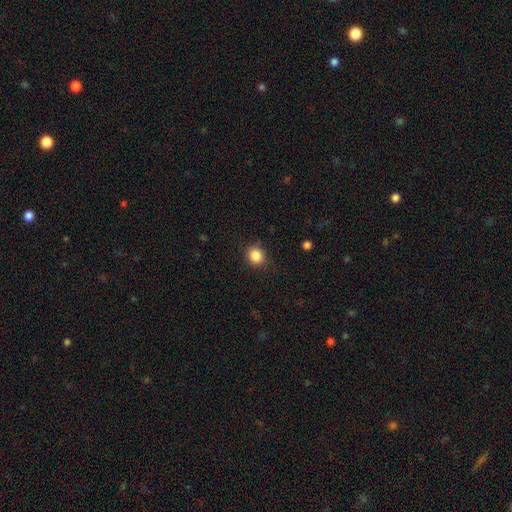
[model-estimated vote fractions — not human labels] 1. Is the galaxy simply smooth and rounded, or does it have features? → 86% smooth, 10% star or artifact, 4% featured or disk.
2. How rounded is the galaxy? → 84% round, 16% in between, 1% cigar-shaped.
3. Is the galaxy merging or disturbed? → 88% none, 9% minor disturbance, 3% major disturbance, 1% merger.